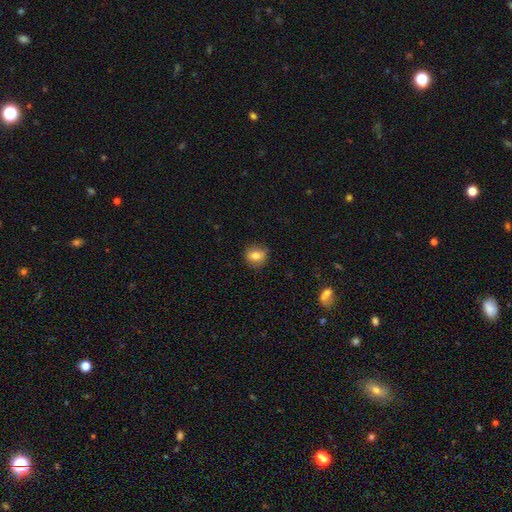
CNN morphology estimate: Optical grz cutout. It shows a smooth galaxy with no disk features (77%) that is round (78%). Merging: none (83%).